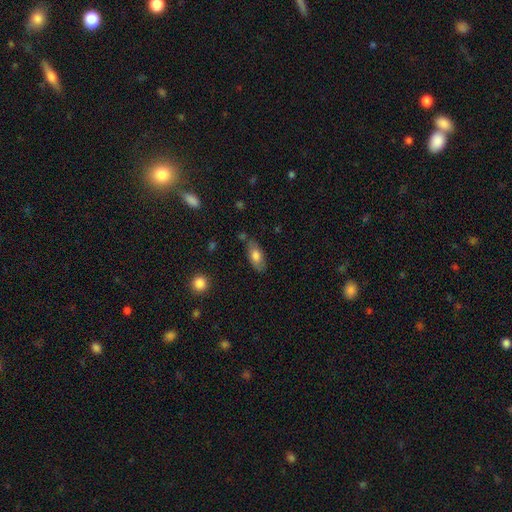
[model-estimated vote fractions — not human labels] Smooth or featured? smooth (75%)
How rounded? in between (84%)
Merging? none (69%)